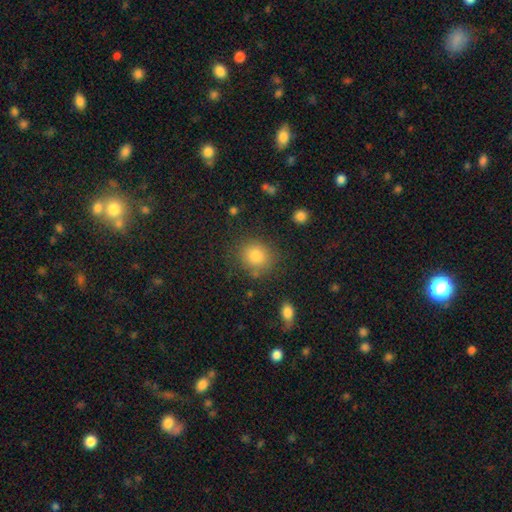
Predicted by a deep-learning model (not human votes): Q: Smooth or featured?
A: smooth (82%); runner-up: star or artifact (12%)
Q: How rounded?
A: round (80%); runner-up: in between (19%)
Q: Merging?
A: none (82%); runner-up: minor disturbance (10%)